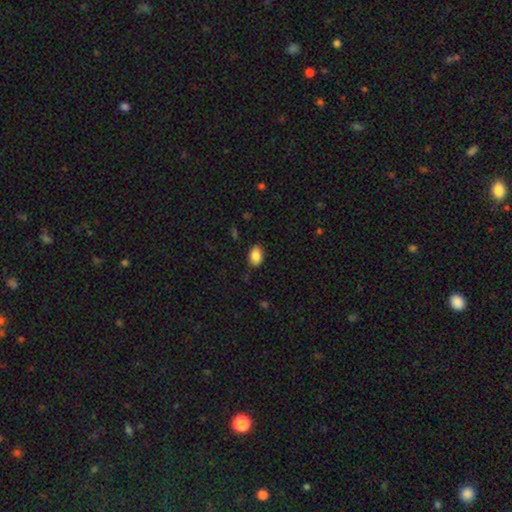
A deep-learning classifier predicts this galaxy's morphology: The model was most divided on "how rounded": in between: 84%, round: 15%, cigar-shaped: 1%. More confident: smooth or featured — smooth (87%); merging — none (84%).